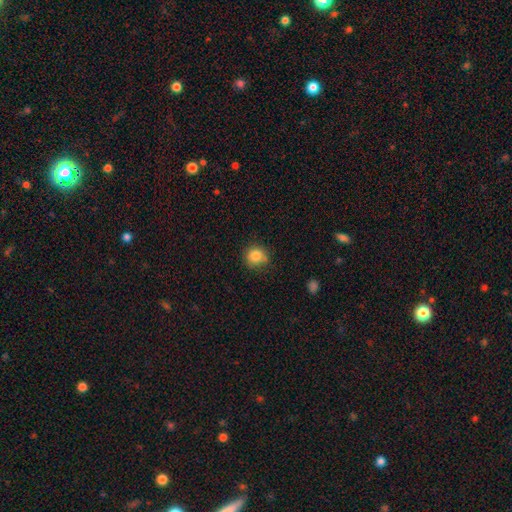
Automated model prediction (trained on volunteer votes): The model was most divided on "merging": none: 78%, minor disturbance: 16%, major disturbance: 3%, merger: 3%. More confident: how rounded — round (88%); smooth or featured — smooth (84%).